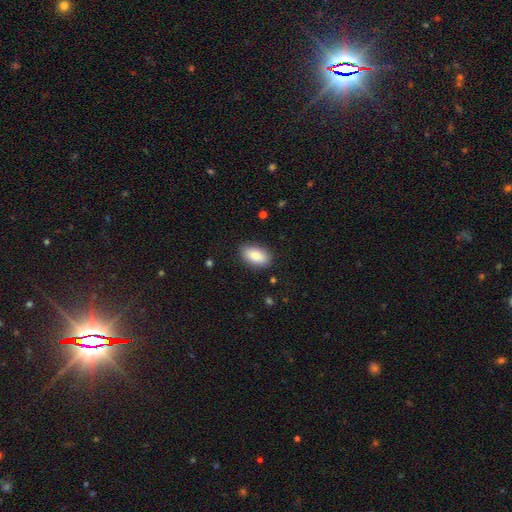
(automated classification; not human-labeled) Smooth or featured: smooth — 86% (featured or disk — 8%)
How rounded: in between — 93% (round — 5%)
Merging: none — 86% (minor disturbance — 10%)